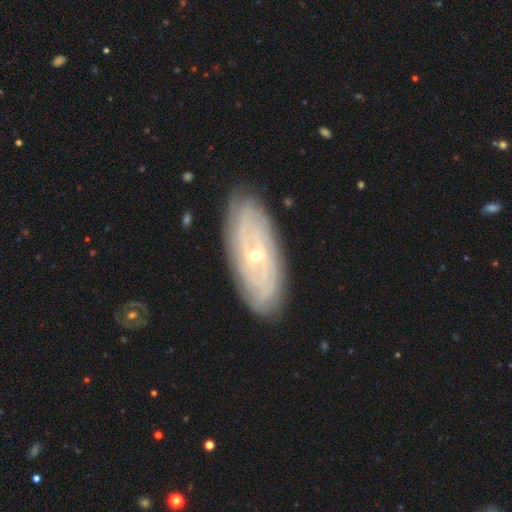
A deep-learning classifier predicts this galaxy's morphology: Overall: featured or disk (80%). Edge-on disk: no (88%). Bar: no (51%; weak 38%). Spiral arms: yes (92%). Spiral arm count: can't tell (52%; 2 13%). Spiral winding: tight (77%). Bulge size: small (68%; moderate 30%). Merging: none (85%).